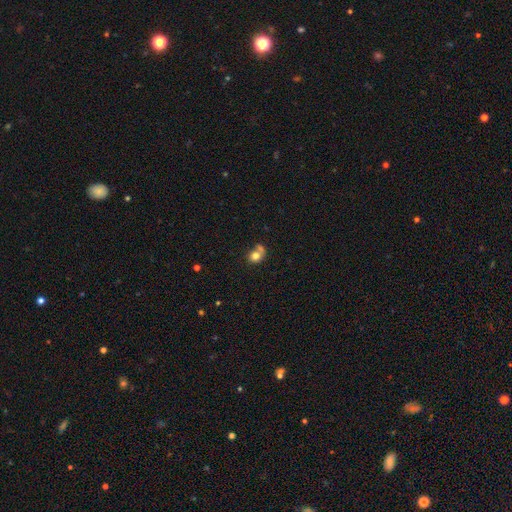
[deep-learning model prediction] Q: Smooth or featured?
A: smooth (74%); runner-up: featured or disk (16%)
Q: How rounded?
A: round (67%); runner-up: in between (32%)
Q: Merging?
A: none (39%); runner-up: merger (32%)